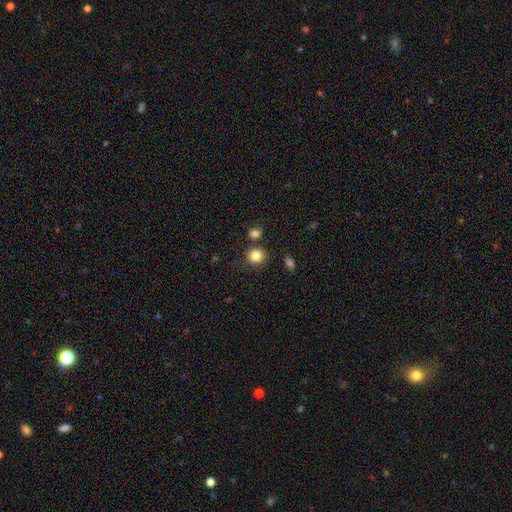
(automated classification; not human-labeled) smooth 84%, star or artifact 11%, featured or disk 6%. Down the decision tree: how rounded — round (80%); merging — none (77%).